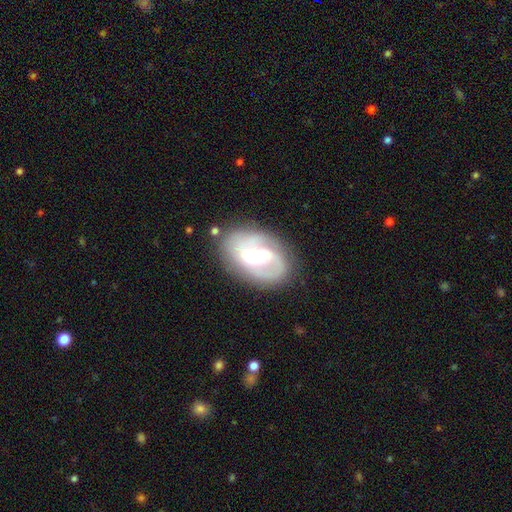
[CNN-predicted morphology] Smooth or featured: featured or disk — 78% (smooth — 15%)
Edge-on disk: no — 96% (yes — 4%)
Bar: strong — 43% (weak — 42%)
Spiral arms: yes — 85% (no — 15%)
Spiral winding: medium — 45% (loose — 28%)
Spiral arm count: 2 — 78% (can't tell — 10%)
Bulge size: moderate — 59% (small — 19%)
Merging: none — 72% (minor disturbance — 17%)